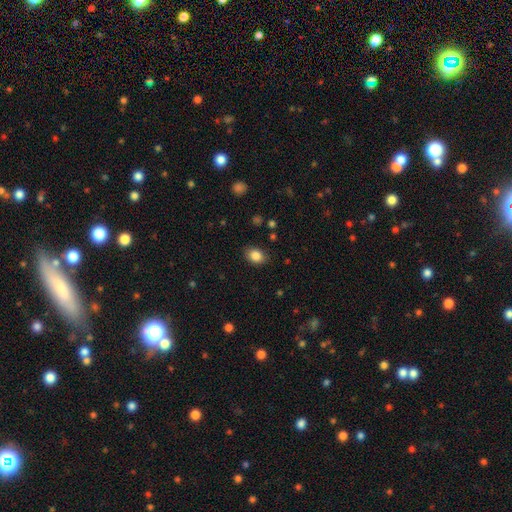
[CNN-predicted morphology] A smooth galaxy with no disk features (86%) that is in between round and cigar-shaped (63%). Merging: none (85%).